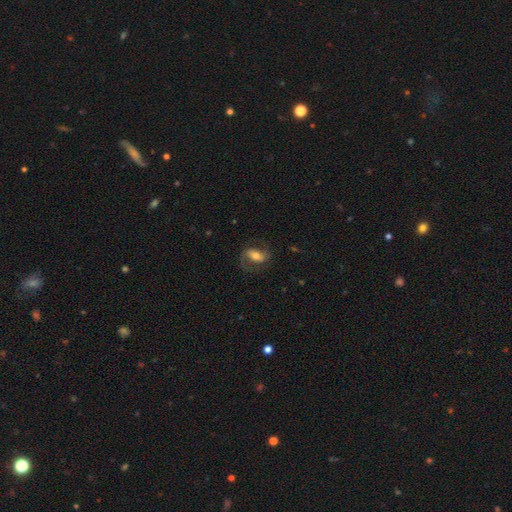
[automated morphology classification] smooth_or_featured: featured or disk (p=0.63) [alt: smooth p=0.30]
disk_edge_on: no (p=0.94) [alt: yes p=0.06]
bar: strong (p=0.38) [alt: weak p=0.34]
has_spiral_arms: yes (p=0.85) [alt: no p=0.15]
spiral_winding: medium (p=0.48) [alt: loose p=0.34]
spiral_arm_count: 2 (p=0.83) [alt: 1 p=0.08]
bulge_size: moderate (p=0.62) [alt: small p=0.22]
merging: none (p=0.66) [alt: minor disturbance p=0.17]